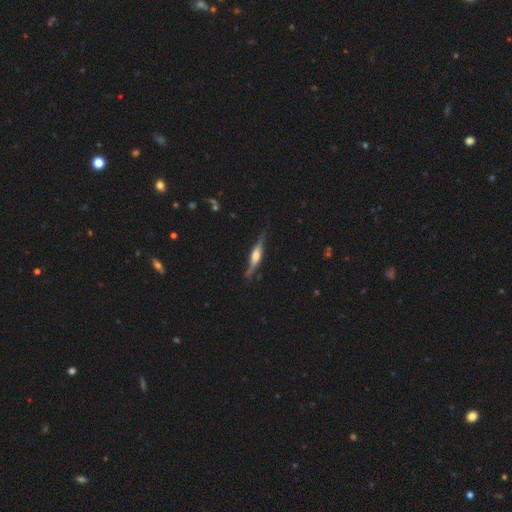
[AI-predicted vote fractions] This appears to be a featured or disk galaxy (71%) viewed edge-on (94%) with a rounded central bulge (84%). Merging: none (78%).